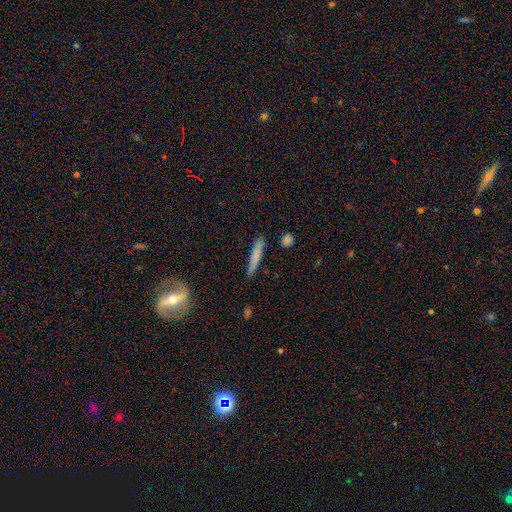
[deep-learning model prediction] Smooth or featured? smooth (67%)
How rounded? cigar-shaped (93%)
Merging? none (83%)